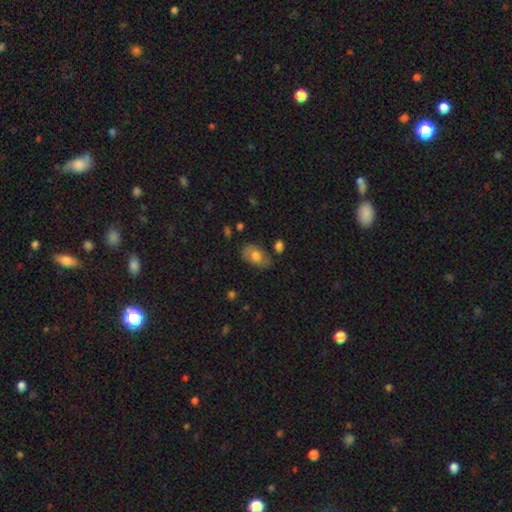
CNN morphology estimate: This appears to be a smooth galaxy with no disk features (68%) that is in between round and cigar-shaped (90%). Merging: none (66%).